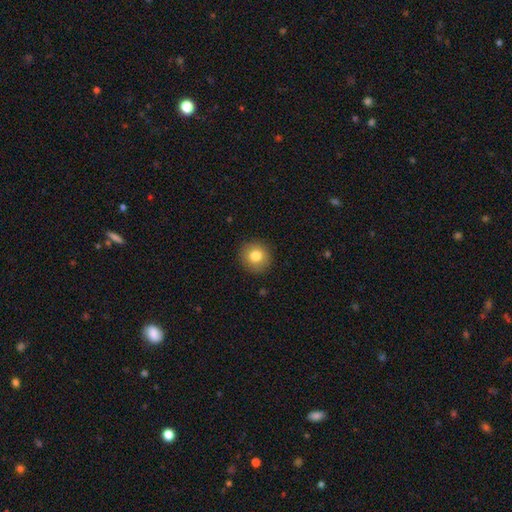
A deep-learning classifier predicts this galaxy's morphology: smooth 81%, star or artifact 10%, featured or disk 9%. Down the decision tree: how rounded — round (92%); merging — none (91%).